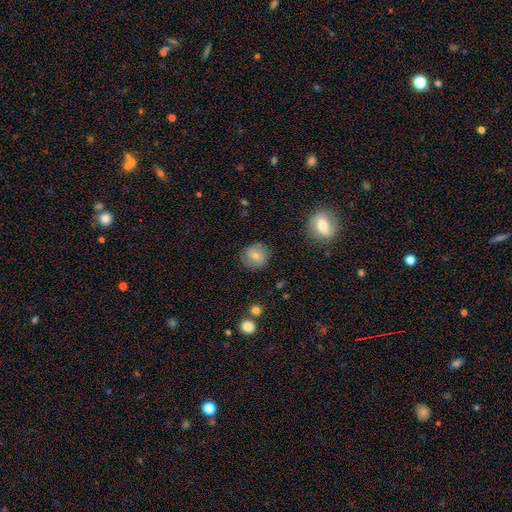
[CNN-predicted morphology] Overall: smooth (60%; featured or disk 31%). How rounded: round (83%). Merging: none (79%).